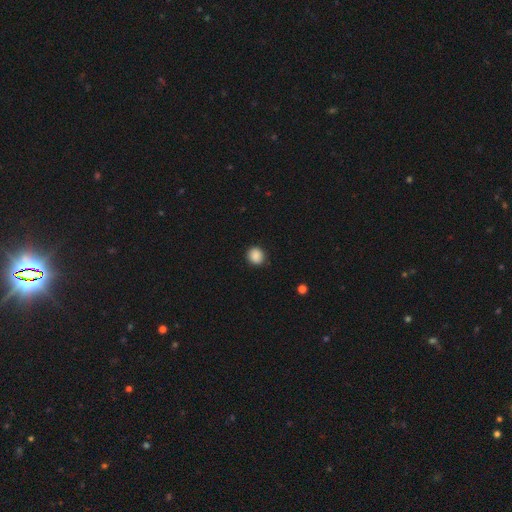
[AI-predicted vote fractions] A smooth galaxy with no disk features (88%) that is round (83%).

Vote fractions:
- Smooth or featured? smooth: 88% / star or artifact: 9% / featured or disk: 3%
- How rounded? round: 83% / in between: 16% / cigar-shaped: 1%
- Merging? none: 88% / minor disturbance: 8% / major disturbance: 2% / merger: 1%